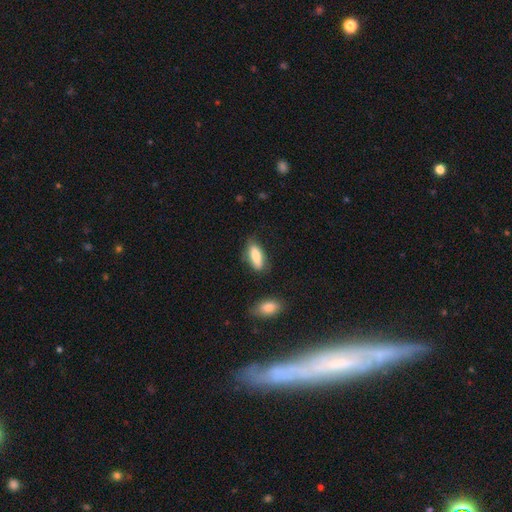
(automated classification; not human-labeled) The model was most divided on "how rounded": in between: 64%, cigar-shaped: 34%, round: 2%. More confident: smooth or featured — smooth (80%); merging — none (74%).